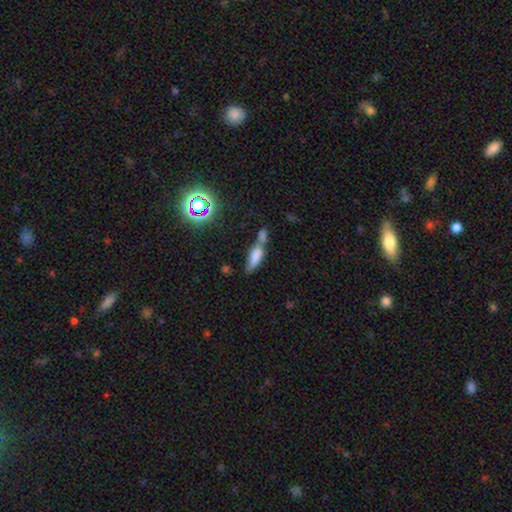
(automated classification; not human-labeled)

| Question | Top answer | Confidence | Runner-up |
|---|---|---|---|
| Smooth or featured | smooth | 69% | featured or disk (18%) |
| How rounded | in between | 61% | cigar-shaped (36%) |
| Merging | merger | 51% | none (27%) |